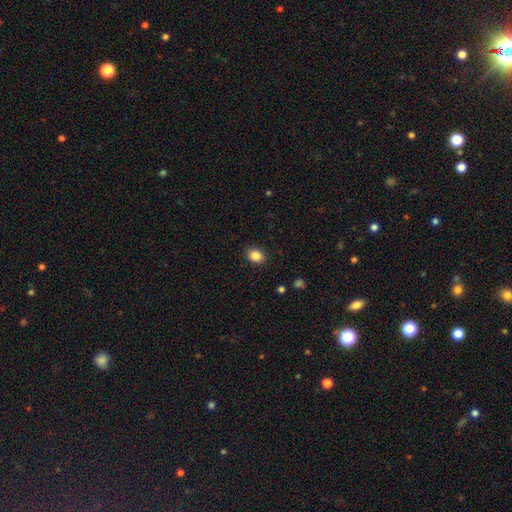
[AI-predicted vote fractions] Overall: smooth (87%). How rounded: in between (62%; round 37%). Merging: none (89%).